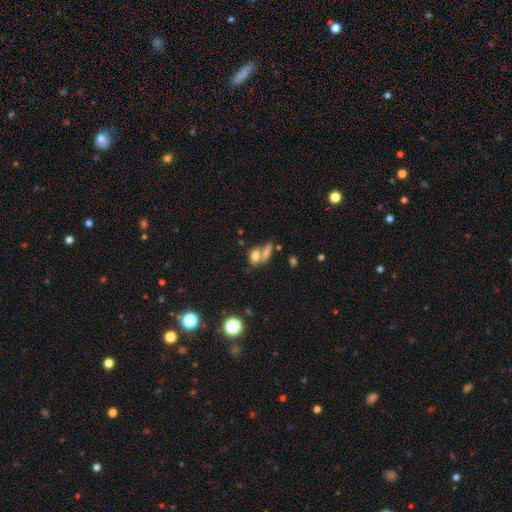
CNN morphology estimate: The model was most divided on "merging": merger: 50%, none: 35%, minor disturbance: 9%, major disturbance: 5%. More confident: how rounded — in between (76%); smooth or featured — smooth (73%).